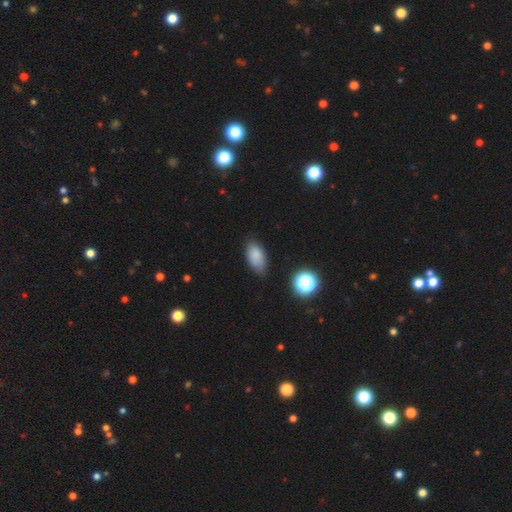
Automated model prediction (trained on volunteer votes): A smooth galaxy with no disk features (83%) that is in between round and cigar-shaped (91%). Merging: none (78%).